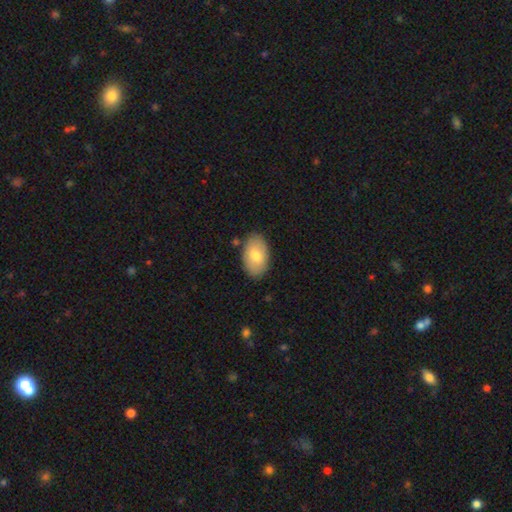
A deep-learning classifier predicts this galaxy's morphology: Overall: smooth (75%). How rounded: in between (92%). Merging: none (85%).